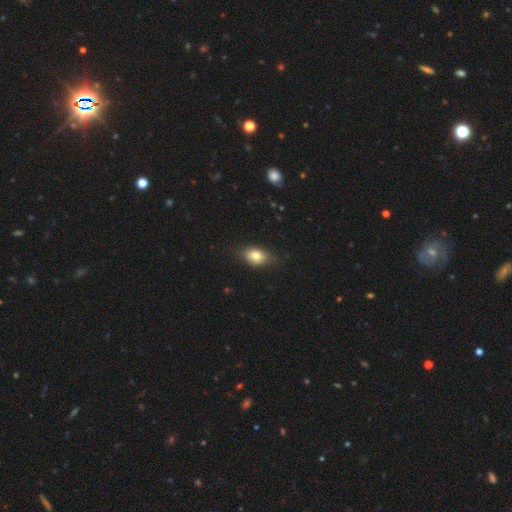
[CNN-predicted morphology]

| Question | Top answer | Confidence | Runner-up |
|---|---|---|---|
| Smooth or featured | smooth | 77% | featured or disk (14%) |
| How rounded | in between | 73% | round (25%) |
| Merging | none | 74% | minor disturbance (21%) |